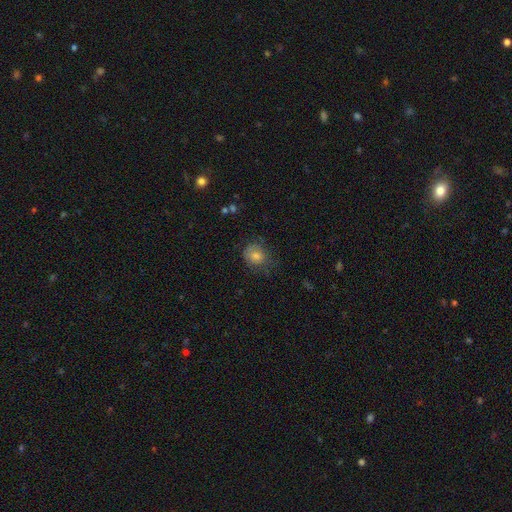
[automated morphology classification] This is likely a smooth galaxy (63%). How rounded: likely round (72%). Merging: likely none (62%).